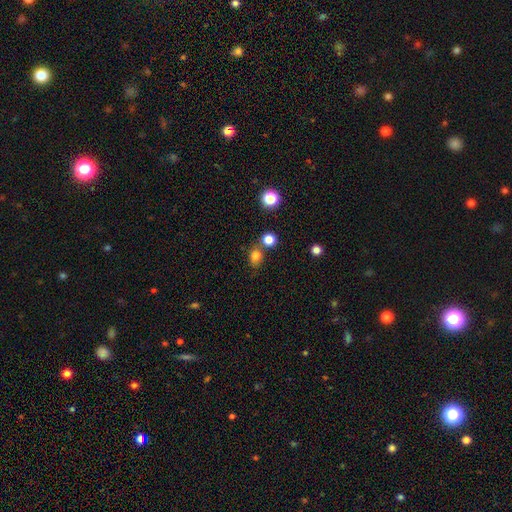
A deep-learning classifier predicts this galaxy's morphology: smooth_or_featured: smooth (p=0.78) [alt: star or artifact p=0.16]
how_rounded: round (p=0.61) [alt: in between p=0.37]
merging: none (p=0.61) [alt: merger p=0.21]